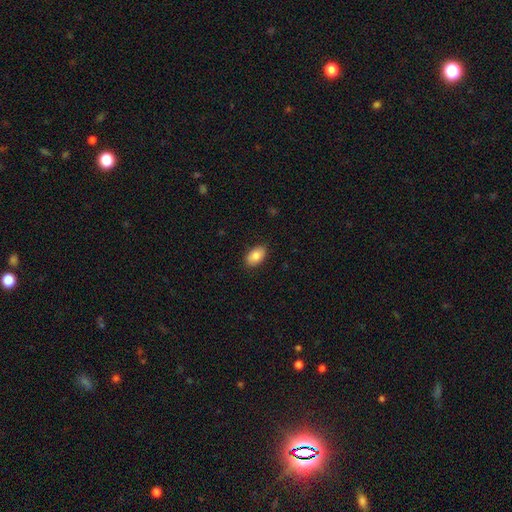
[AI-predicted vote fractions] smooth-or-featured: smooth: 83% | featured or disk: 10% | star or artifact: 7%
  how-rounded: in between: 92% | round: 7% | cigar-shaped: 1%
  merging: none: 86% | minor disturbance: 11% | major disturbance: 2% | merger: 1%